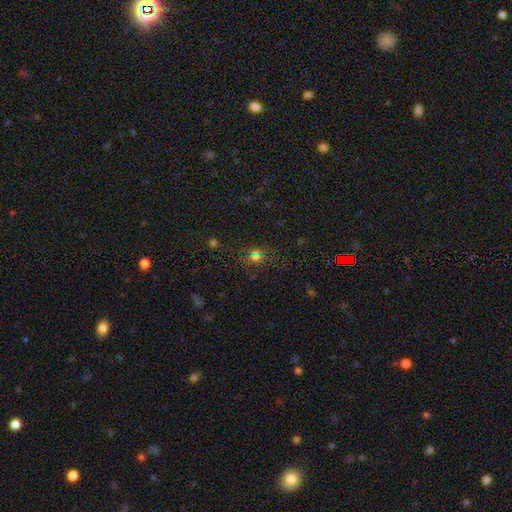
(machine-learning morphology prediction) A smooth galaxy with no disk features (48%).

Vote fractions:
- Smooth or featured? smooth: 48% / star or artifact: 42% / featured or disk: 10%
- Merging? none: 82% / minor disturbance: 10% / major disturbance: 5% / merger: 3%